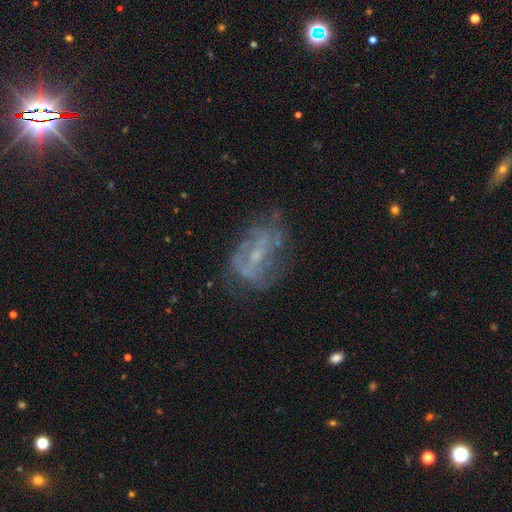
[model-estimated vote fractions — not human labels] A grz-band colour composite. It shows a featured or disk galaxy (66%) with a weak bar (43%), spiral arms (56%) and a small central bulge (59%). Merging: none (53%).